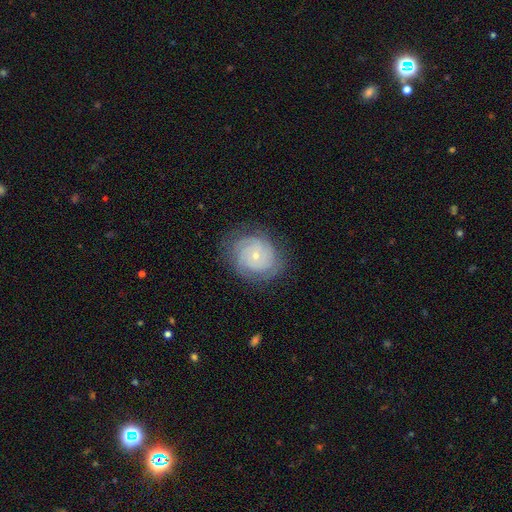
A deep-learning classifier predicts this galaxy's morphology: The model was most divided on "spiral arm count": can't tell: 30%, 3: 25%, 2: 19%, 4: 14%, more than 4: 6%, 1: 6%. More confident: edge-on disk — no (98%); spiral arms — yes (95%); smooth or featured — featured or disk (79%); bulge size — small (78%); merging — none (78%); bar — no (77%); spiral winding — tight (77%).